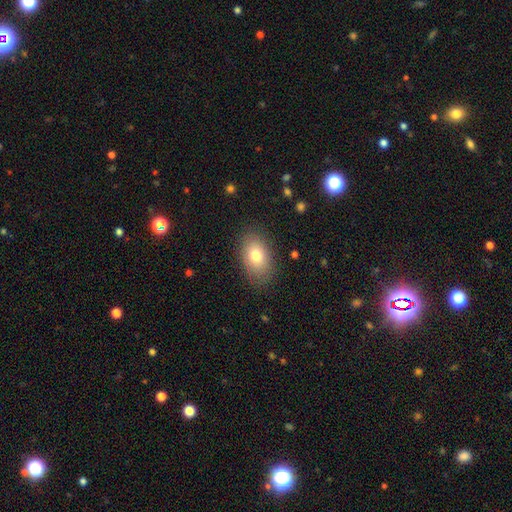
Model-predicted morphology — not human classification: smooth-or-featured: smooth: 77% | featured or disk: 15% | star or artifact: 9%
  how-rounded: in between: 86% | round: 13% | cigar-shaped: 1%
  merging: none: 83% | minor disturbance: 12% | major disturbance: 4% | merger: 1%